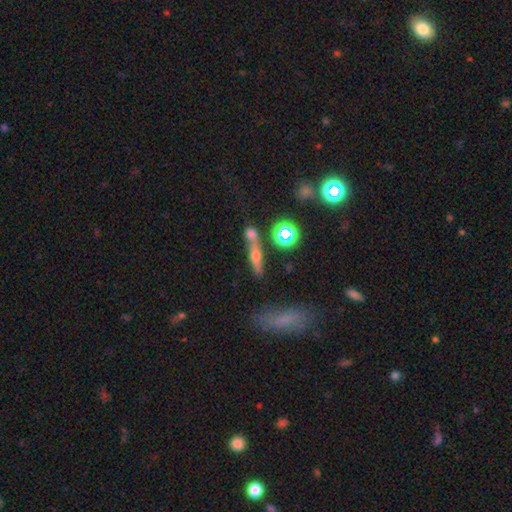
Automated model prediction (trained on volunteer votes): Smooth or featured: smooth — 45% (featured or disk — 37%)
Merging: none — 52% (merger — 30%)